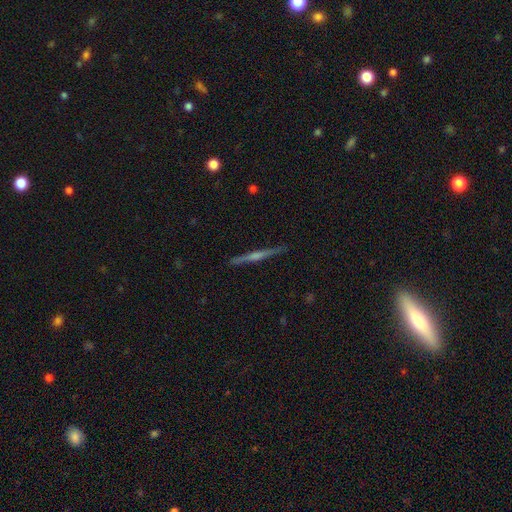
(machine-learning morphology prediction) Smooth or featured? Predicted: featured or disk (p=0.71). Edge-on disk? Predicted: yes (p=0.96). Edge-on bulge? Predicted: rounded (p=0.72). Merging? Predicted: none (p=0.88).